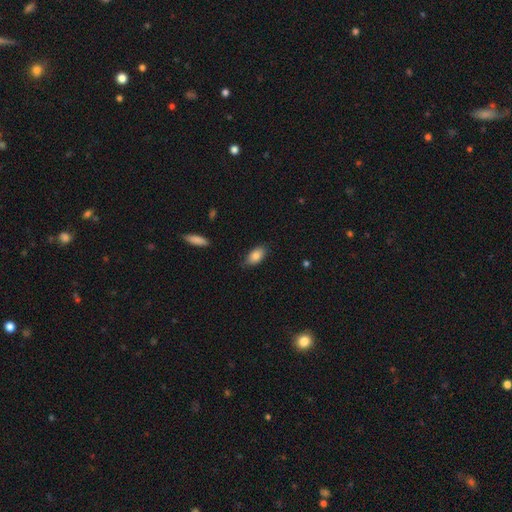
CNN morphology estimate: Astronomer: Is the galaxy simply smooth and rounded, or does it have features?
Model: smooth — 84%.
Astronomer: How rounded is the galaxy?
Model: in between — 92%.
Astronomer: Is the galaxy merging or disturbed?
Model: none — 81%.